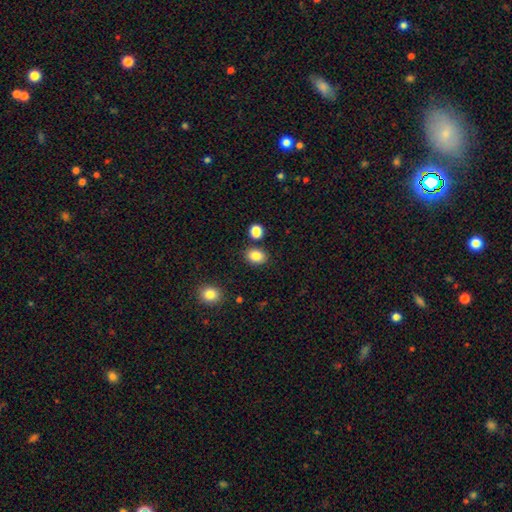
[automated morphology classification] This appears to be a smooth galaxy with no disk features (85%) that is in between round and cigar-shaped (60%). Merging: none (82%).